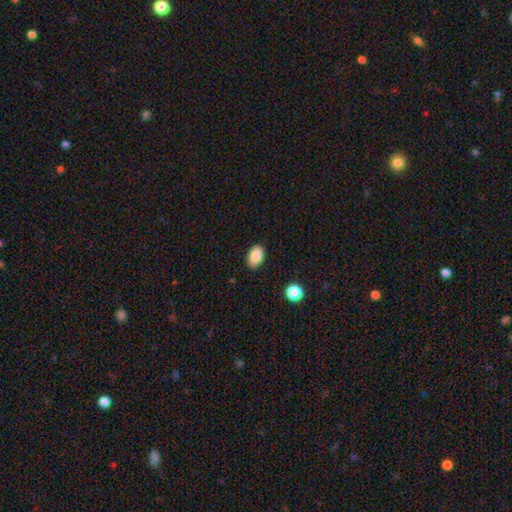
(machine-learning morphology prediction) This is clearly a smooth galaxy (87%). How rounded: clearly in between (91%). Merging: clearly none (85%).